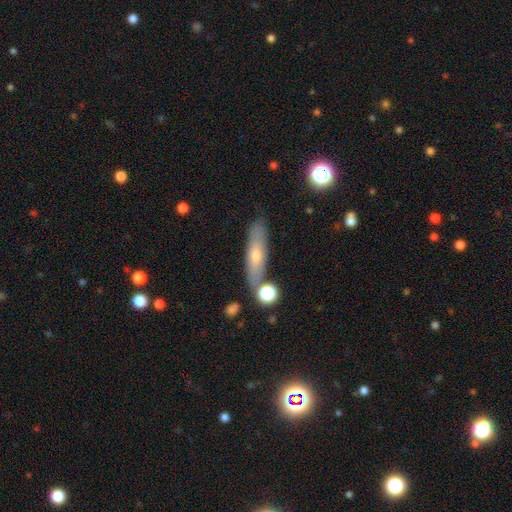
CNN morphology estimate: Smooth or featured? Predicted: smooth (p=0.55). How rounded? Predicted: cigar-shaped (p=0.70). Merging? Predicted: none (p=0.76).